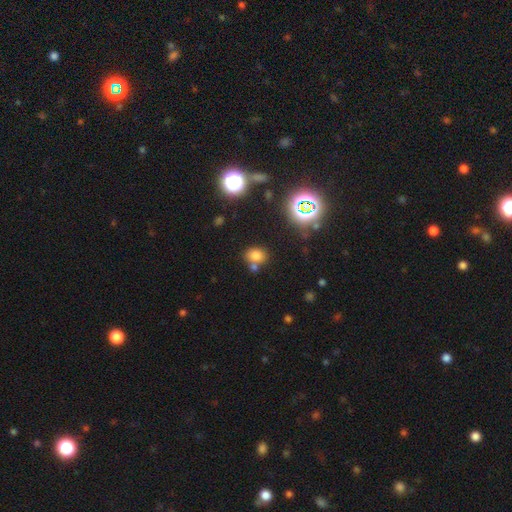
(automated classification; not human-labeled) This is likely a smooth galaxy (71%). How rounded: possibly round (50%). Merging: likely none (65%).